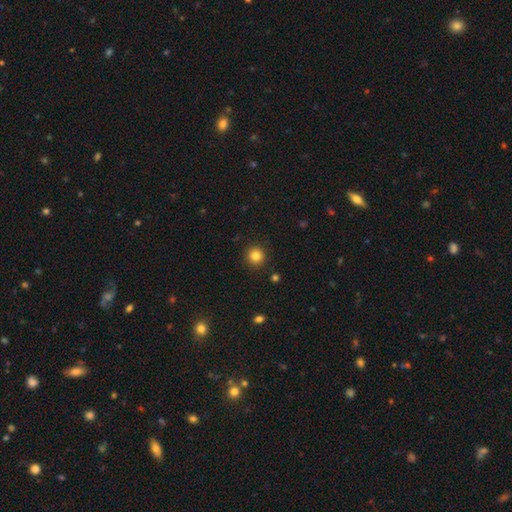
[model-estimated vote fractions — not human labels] Smooth or featured? Predicted: smooth (p=0.84). How rounded? Predicted: round (p=0.94). Merging? Predicted: none (p=0.91).